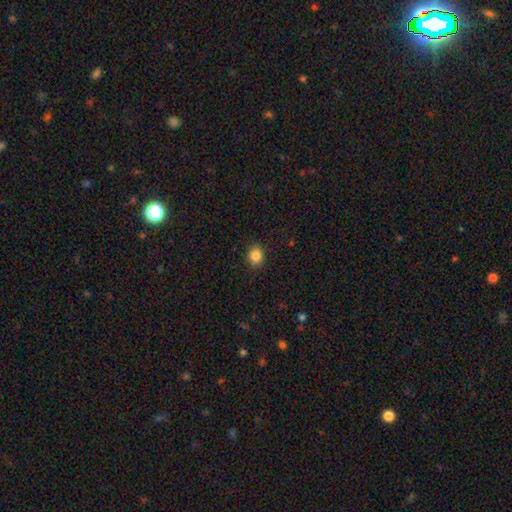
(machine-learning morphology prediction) The model was most divided on "how rounded": round: 69%, in between: 30%, cigar-shaped: 1%. More confident: merging — none (89%); smooth or featured — smooth (86%).